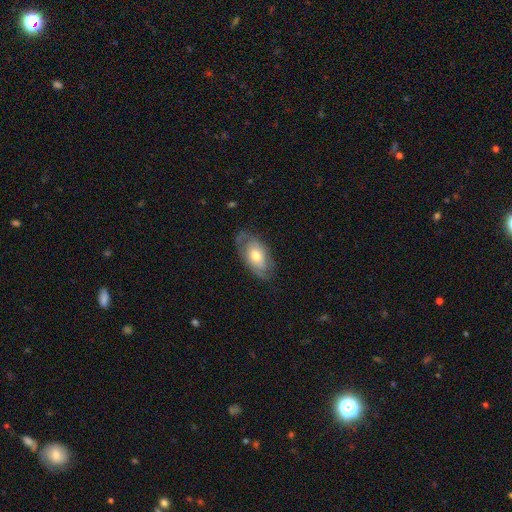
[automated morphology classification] Smooth or featured?
  - smooth: 51% *
  - featured or disk: 42%
  - star or artifact: 6%
How rounded?
  - in between: 91% *
  - round: 6%
  - cigar-shaped: 3%
Merging?
  - none: 65% *
  - minor disturbance: 25%
  - major disturbance: 9%
  - merger: 1%